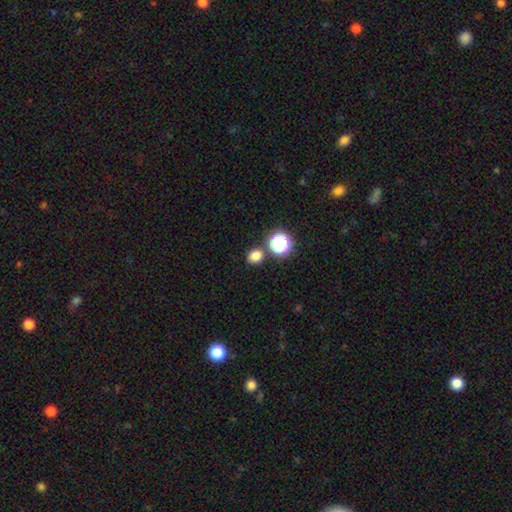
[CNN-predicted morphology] Smooth or featured?
  - smooth: 79% *
  - star or artifact: 17%
  - featured or disk: 5%
How rounded?
  - round: 75% *
  - in between: 24%
  - cigar-shaped: 1%
Merging?
  - none: 79% *
  - merger: 10%
  - minor disturbance: 8%
  - major disturbance: 3%